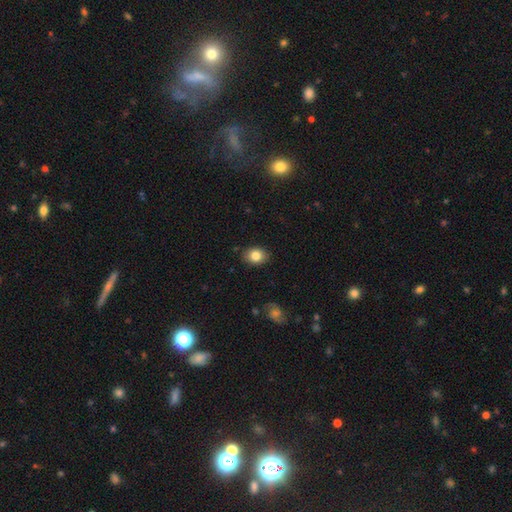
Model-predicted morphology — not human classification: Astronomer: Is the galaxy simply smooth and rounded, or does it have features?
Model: smooth — 82%.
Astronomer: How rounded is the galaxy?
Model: in between — 58% (runner-up: round, 41%).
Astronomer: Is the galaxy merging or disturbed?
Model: none — 86%.